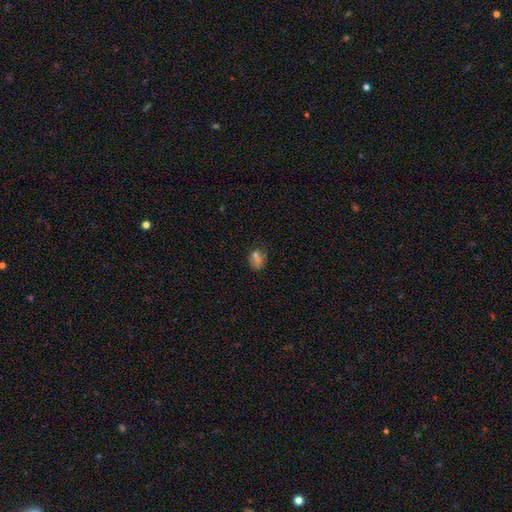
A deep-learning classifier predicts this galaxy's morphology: This is possibly a smooth galaxy (54%). How rounded: possibly in between (50%). Merging: likely none (65%).